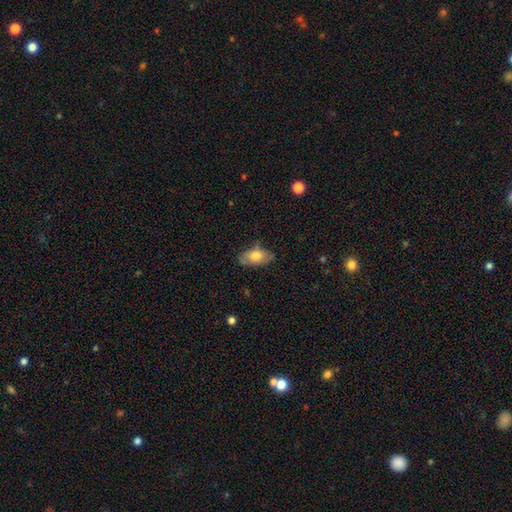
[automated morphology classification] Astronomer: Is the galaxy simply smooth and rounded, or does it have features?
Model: smooth — 70%.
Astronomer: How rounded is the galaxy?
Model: in between — 91%.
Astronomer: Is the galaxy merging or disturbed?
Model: none — 69%.